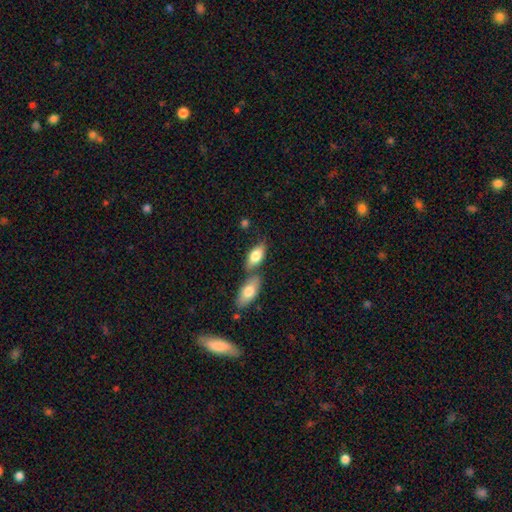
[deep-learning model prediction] The model was most divided on "merging": none: 46%, merger: 39%, minor disturbance: 12%, major disturbance: 4%. More confident: how rounded — in between (86%); smooth or featured — smooth (76%).